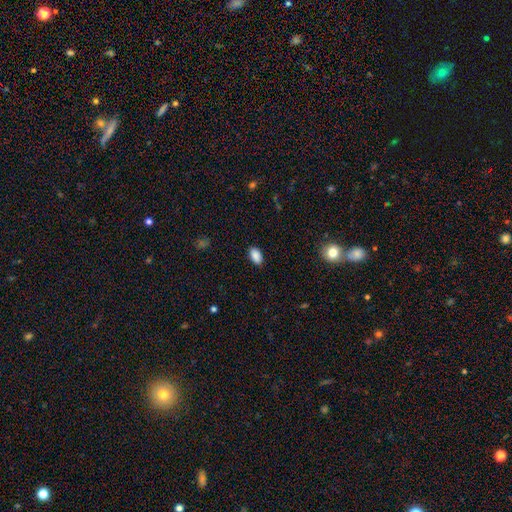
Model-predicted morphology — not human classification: Smooth or featured? smooth (89%)
How rounded? in between (93%)
Merging? none (88%)